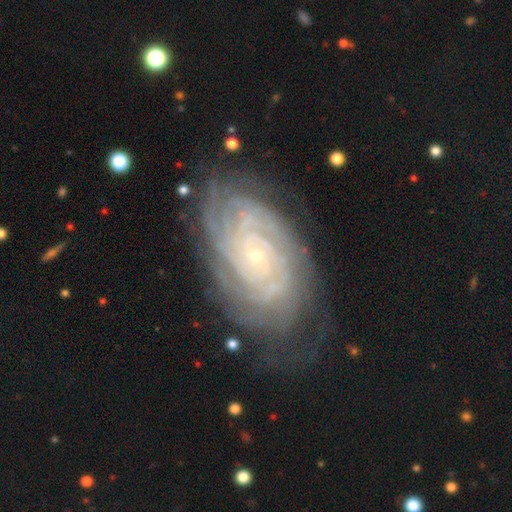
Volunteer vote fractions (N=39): Volunteers were most divided on "spiral arm count" (2-way tie): more than 4: 32%, can't tell: 32%, 4: 29%, 3: 7%, 1: 0%, 2: 0%. More confident: edge-on disk — no (100%); spiral arms — yes (93%); spiral winding — tight (82%); bulge size — small (80%); bar — no (80%); smooth or featured — featured or disk (77%); merging — none (57%).